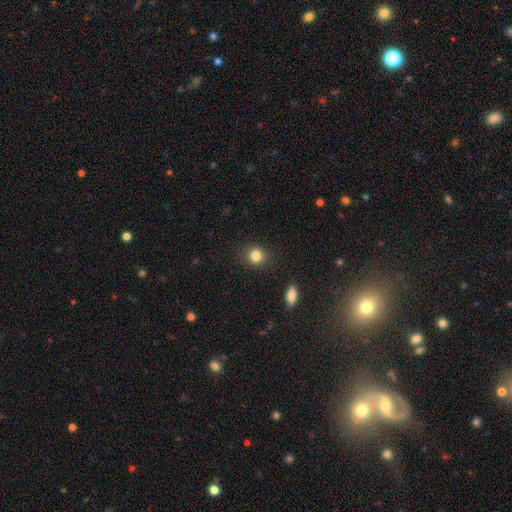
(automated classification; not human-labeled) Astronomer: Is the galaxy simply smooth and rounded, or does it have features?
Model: smooth — 84%.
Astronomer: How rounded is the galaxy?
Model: round — 81%.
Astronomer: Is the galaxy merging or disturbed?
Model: none — 88%.